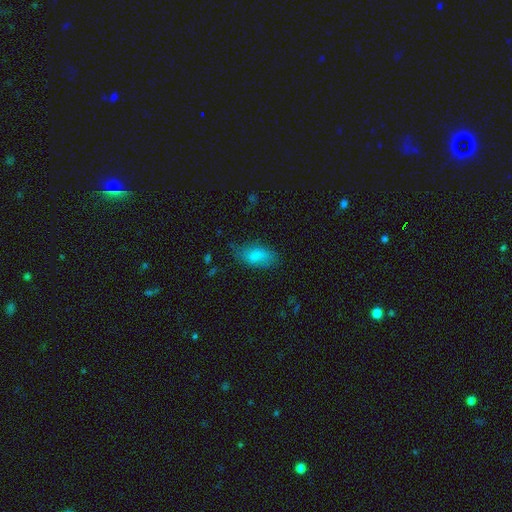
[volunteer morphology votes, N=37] smooth_or_featured: smooth (p=0.81) [alt: featured or disk p=0.14]
how_rounded: in between (p=0.97) [alt: round p=0.03]
merging: none (p=0.63) [alt: minor disturbance p=0.31]